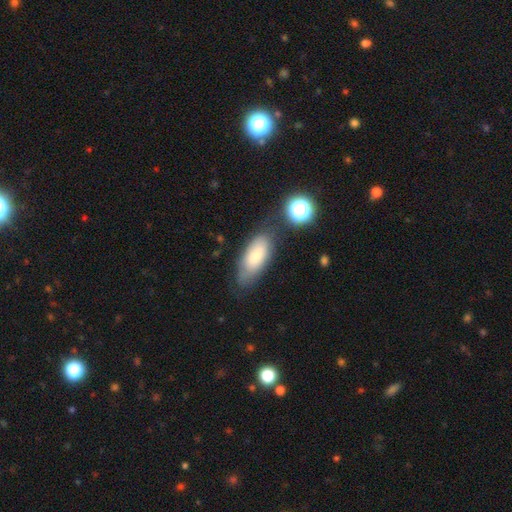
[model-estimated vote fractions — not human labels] This appears to be a smooth galaxy with no disk features (72%) that is in between round and cigar-shaped (83%). Merging: none (65%).